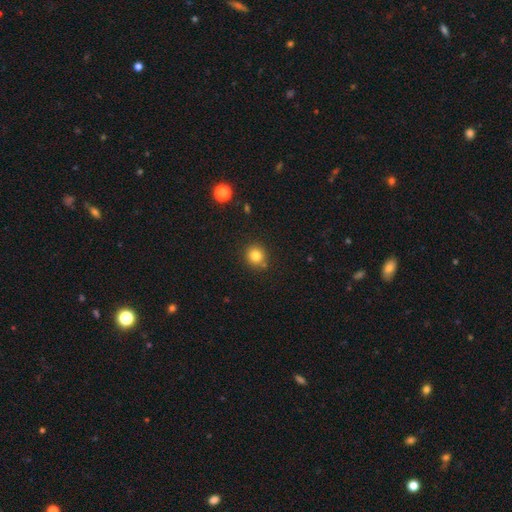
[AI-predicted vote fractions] This is clearly a smooth galaxy (81%). How rounded: clearly round (88%). Merging: clearly none (81%).